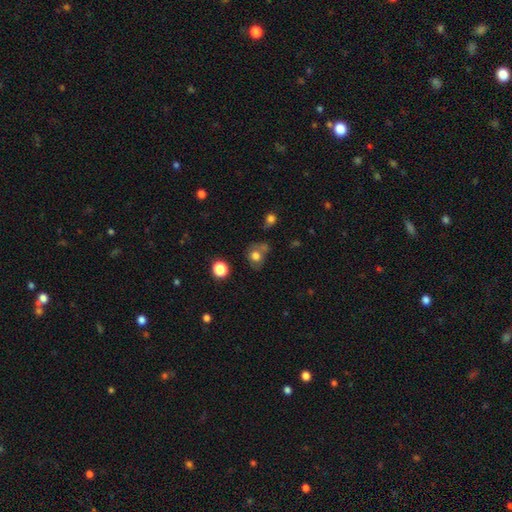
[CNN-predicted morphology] This is likely a smooth galaxy (73%). How rounded: likely round (64%). Merging: possibly none (46%).